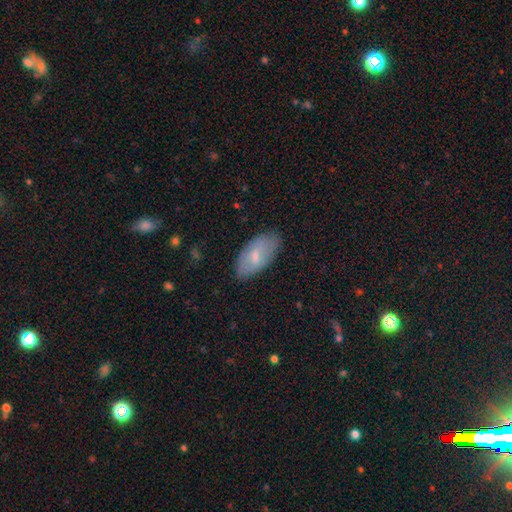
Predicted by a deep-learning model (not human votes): Q: Smooth or featured?
A: smooth (64%); runner-up: featured or disk (29%)
Q: How rounded?
A: in between (92%); runner-up: cigar-shaped (5%)
Q: Merging?
A: none (80%); runner-up: minor disturbance (16%)